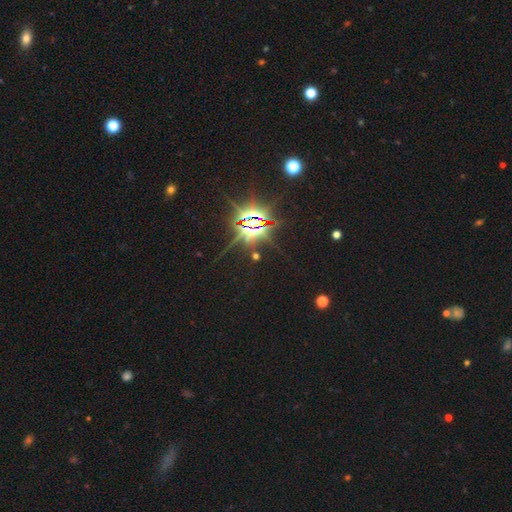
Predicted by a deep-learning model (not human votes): Smooth or featured? Predicted: star or artifact (p=0.82).